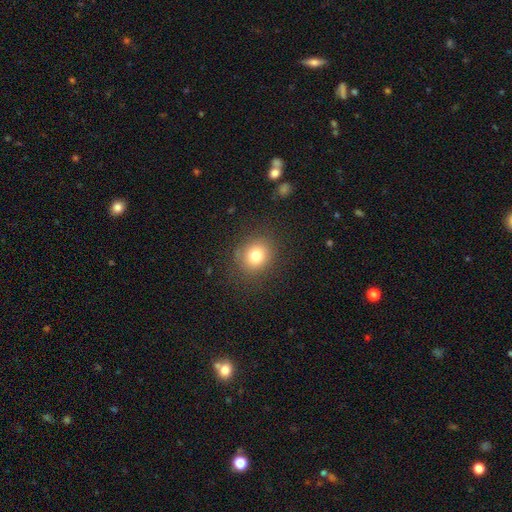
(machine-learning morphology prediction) This is likely a smooth galaxy (78%). How rounded: likely round (77%). Merging: clearly none (84%).